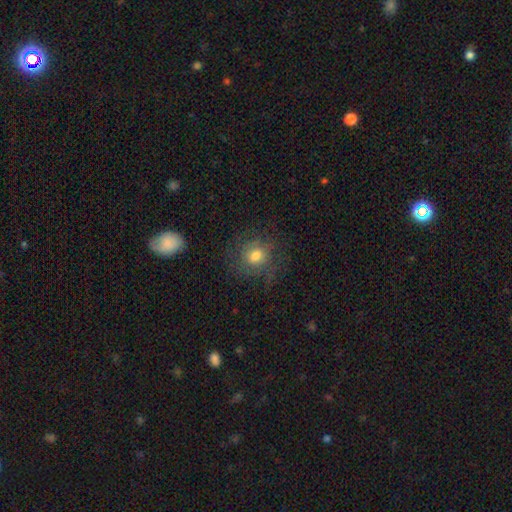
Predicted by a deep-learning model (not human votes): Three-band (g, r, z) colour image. It shows a smooth galaxy with no disk features (63%) that is round (81%). Merging: none (72%).